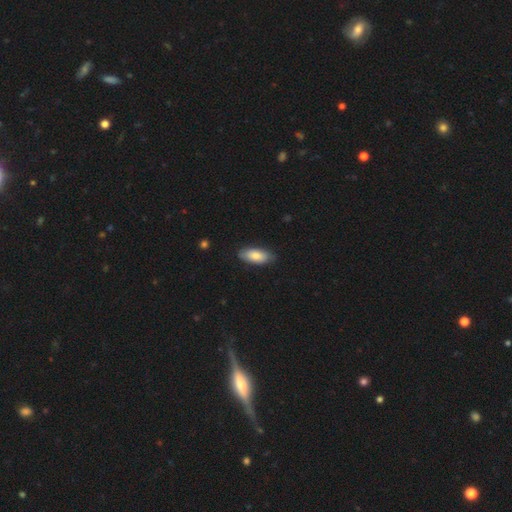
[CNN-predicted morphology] Smooth or featured: smooth — 82% (featured or disk — 12%)
How rounded: in between — 86% (cigar-shaped — 12%)
Merging: none — 83% (minor disturbance — 14%)